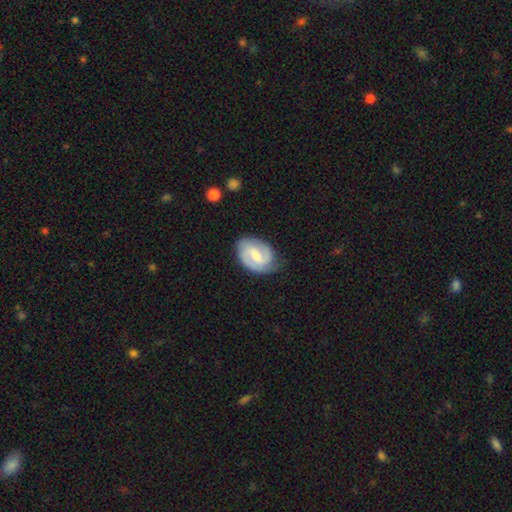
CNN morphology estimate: This appears to be a featured or disk galaxy (76%) with a weak bar (58%), 2 (78%) medium (46%) spiral arms (94%) and a small central bulge (46%). Merging: none (72%).